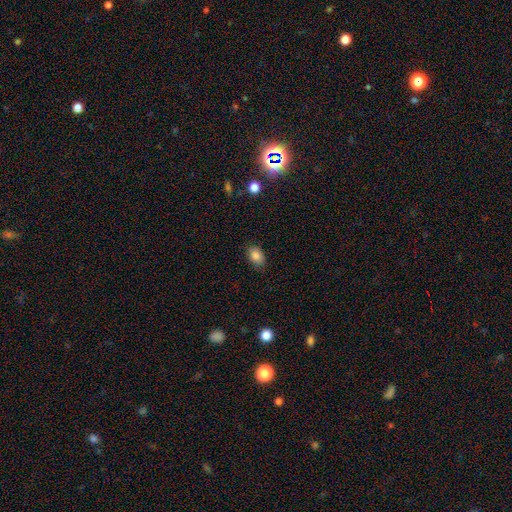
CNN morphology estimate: smooth 85%, star or artifact 9%, featured or disk 6%. Down the decision tree: how rounded — in between (85%); merging — none (84%).